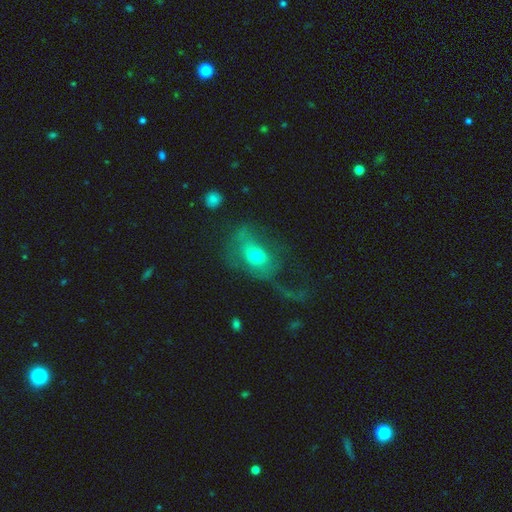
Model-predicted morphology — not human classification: Q: Smooth or featured?
A: smooth (47%); runner-up: featured or disk (42%)
Q: Merging?
A: major disturbance (59%); runner-up: none (22%)